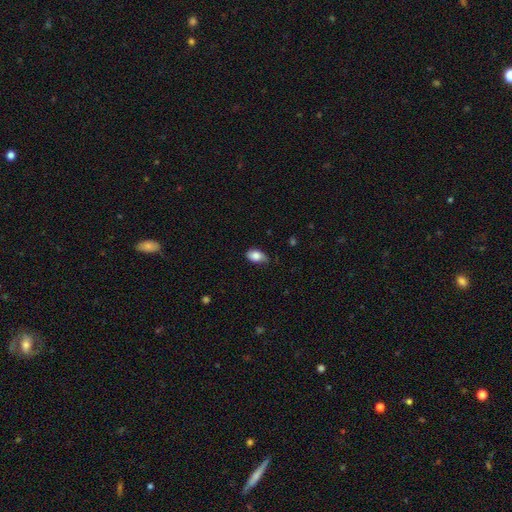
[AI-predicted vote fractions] Smooth or featured? smooth (82%)
How rounded? in between (87%)
Merging? none (59%)